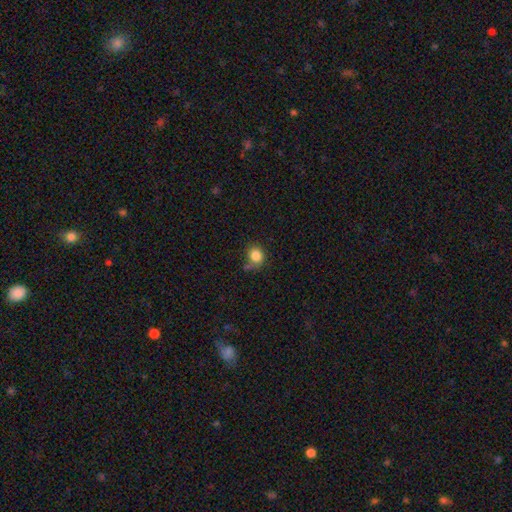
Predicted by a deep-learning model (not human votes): Overall: smooth (84%). How rounded: round (75%). Merging: none (62%).